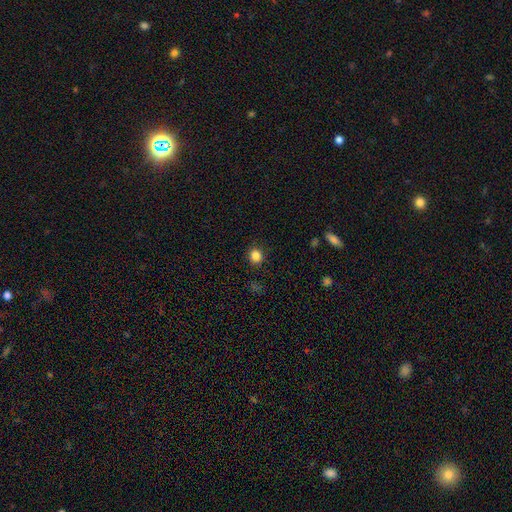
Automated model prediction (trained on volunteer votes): The model was most divided on "smooth or featured": smooth: 84%, star or artifact: 12%, featured or disk: 4%. More confident: merging — none (90%); how rounded — round (87%).